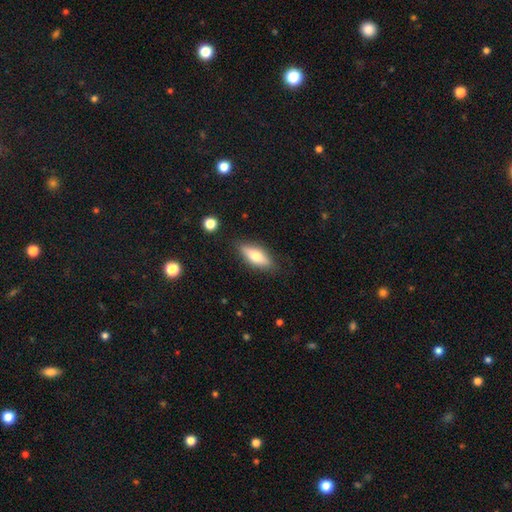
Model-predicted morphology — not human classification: A smooth galaxy with no disk features (64%) that is in between round and cigar-shaped (69%). Merging: none (84%).